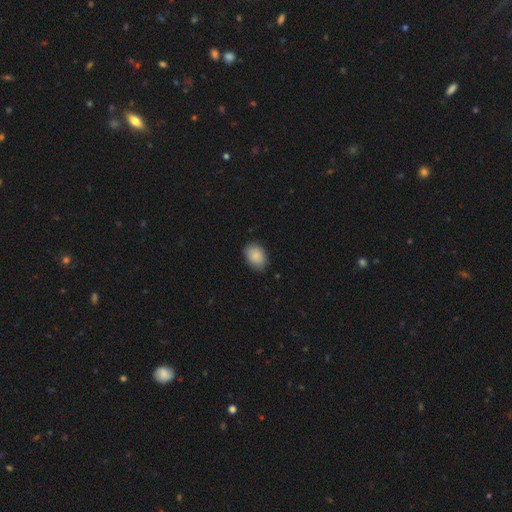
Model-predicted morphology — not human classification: Smooth or featured? smooth (88%)
How rounded? in between (79%)
Merging? none (80%)